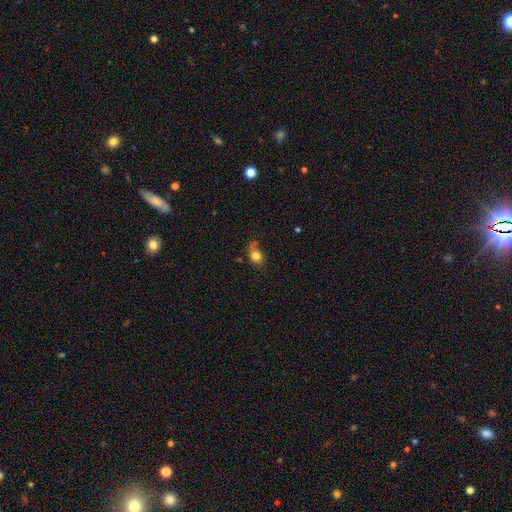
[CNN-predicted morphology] smooth-or-featured: smooth: 78% | featured or disk: 12% | star or artifact: 11%
  how-rounded: in between: 52% | round: 46% | cigar-shaped: 2%
  merging: none: 52% | minor disturbance: 27% | major disturbance: 16% | merger: 5%